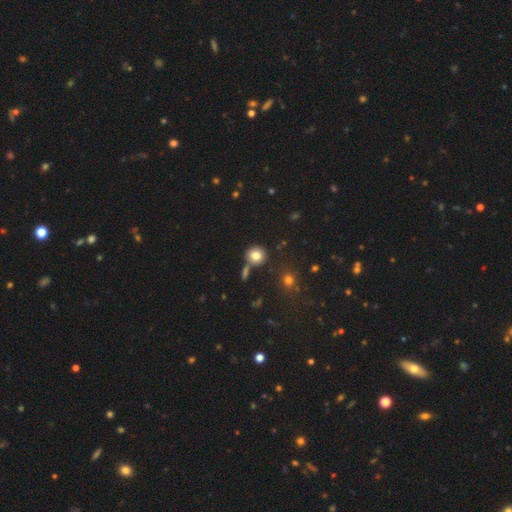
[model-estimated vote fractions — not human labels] A smooth galaxy with no disk features (80%) that is round (89%). Merging: none (75%).